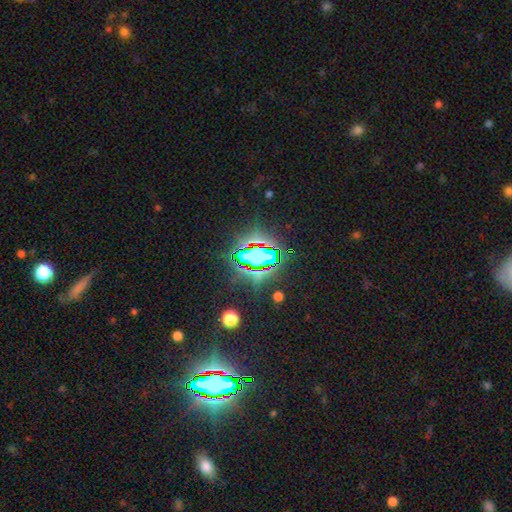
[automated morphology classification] star or artifact 71%, smooth 18%, featured or disk 11%.